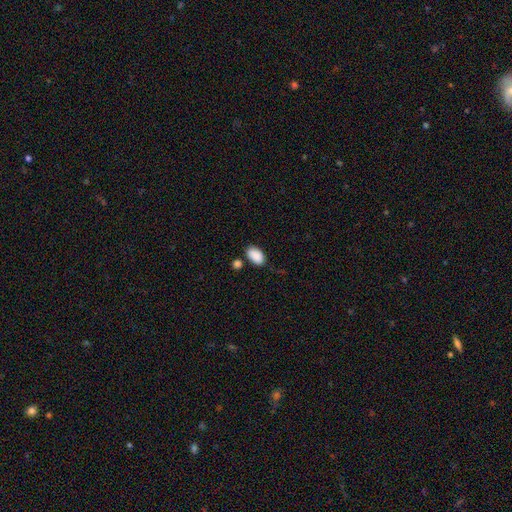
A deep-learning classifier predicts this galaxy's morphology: Smooth or featured: smooth — 89% (star or artifact — 7%)
How rounded: in between — 92% (round — 7%)
Merging: none — 73% (minor disturbance — 14%)